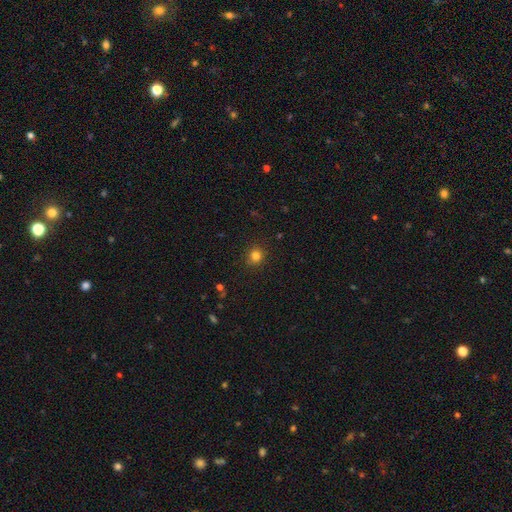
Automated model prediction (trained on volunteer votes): smooth_or_featured: smooth (p=0.82) [alt: star or artifact p=0.13]
how_rounded: round (p=0.88) [alt: in between p=0.11]
merging: none (p=0.88) [alt: minor disturbance p=0.08]